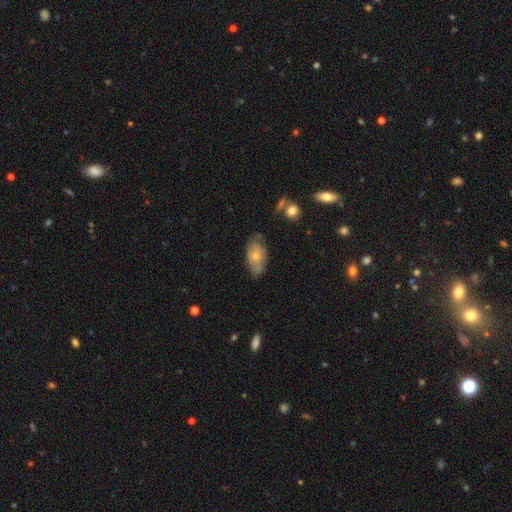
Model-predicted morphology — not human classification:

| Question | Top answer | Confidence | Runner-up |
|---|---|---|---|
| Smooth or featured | smooth | 61% | featured or disk (32%) |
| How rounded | in between | 91% | round (7%) |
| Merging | none | 56% | minor disturbance (32%) |